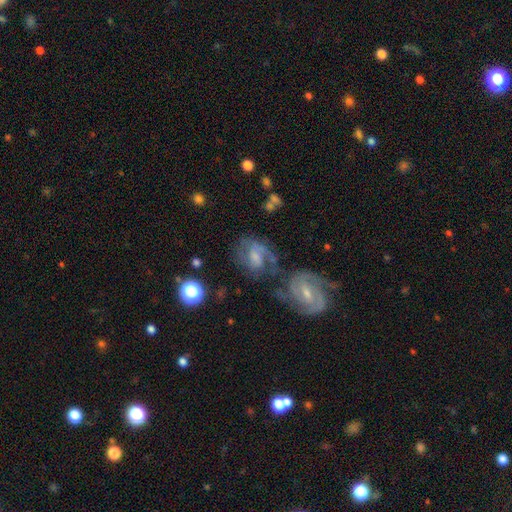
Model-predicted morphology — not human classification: A featured or disk galaxy (61%) with no bar (44%), spiral arms (80%) and a small central bulge (36%). Merging: none (34%).